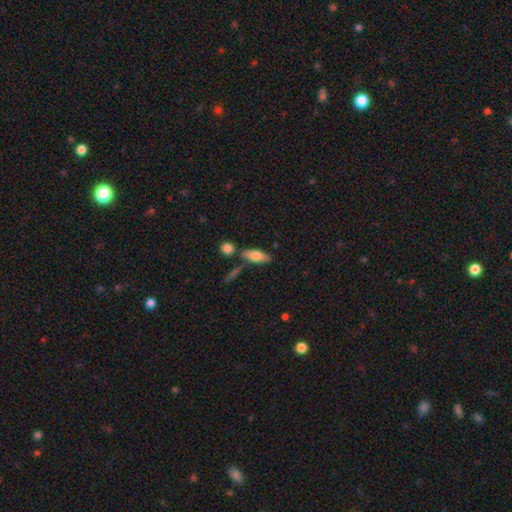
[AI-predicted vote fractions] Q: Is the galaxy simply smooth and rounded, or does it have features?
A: smooth — 69%.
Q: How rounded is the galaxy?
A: in between — 67%.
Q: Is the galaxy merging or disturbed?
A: none — 70%.